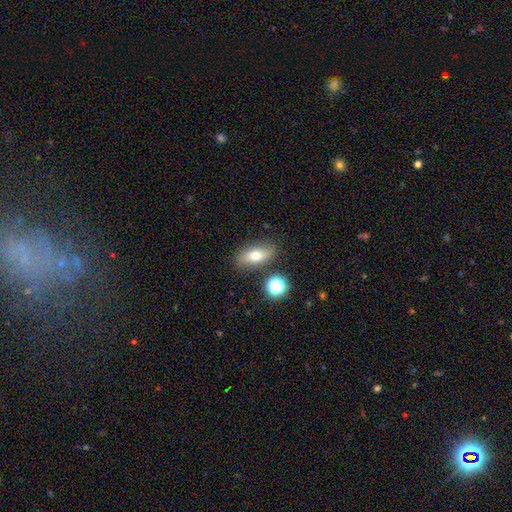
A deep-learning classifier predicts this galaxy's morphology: Q: Smooth or featured?
A: smooth (65%); runner-up: featured or disk (25%)
Q: How rounded?
A: in between (74%); runner-up: cigar-shaped (17%)
Q: Merging?
A: none (80%); runner-up: minor disturbance (12%)